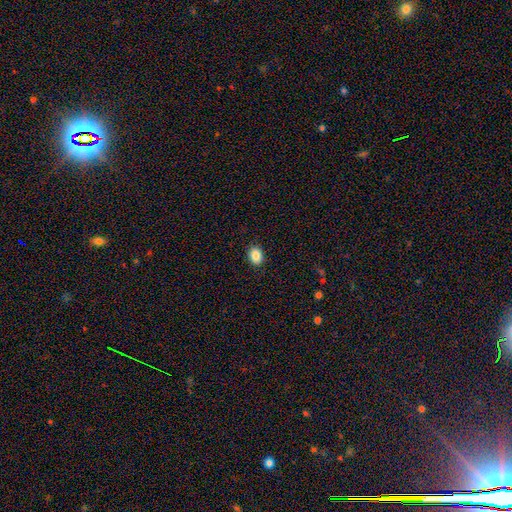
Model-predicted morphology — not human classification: smooth 87%, star or artifact 9%, featured or disk 4%. Down the decision tree: how rounded — in between (63%); merging — none (89%).